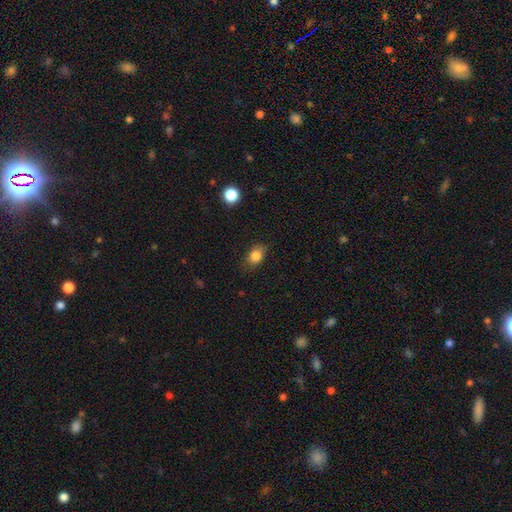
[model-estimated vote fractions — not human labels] smooth_or_featured: smooth (p=0.83) [alt: star or artifact p=0.10]
how_rounded: in between (p=0.68) [alt: round p=0.30]
merging: none (p=0.77) [alt: minor disturbance p=0.18]